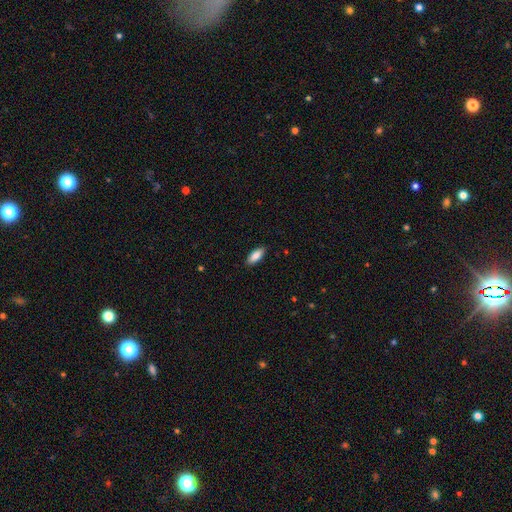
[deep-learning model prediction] Morphology: type=smooth (84%); roundness=in between (76%); merging=none (89%).